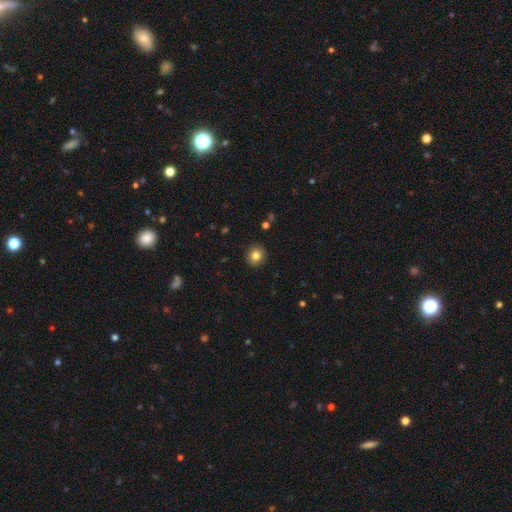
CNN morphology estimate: type=smooth (82%); roundness=round (87%); merging=none (92%).